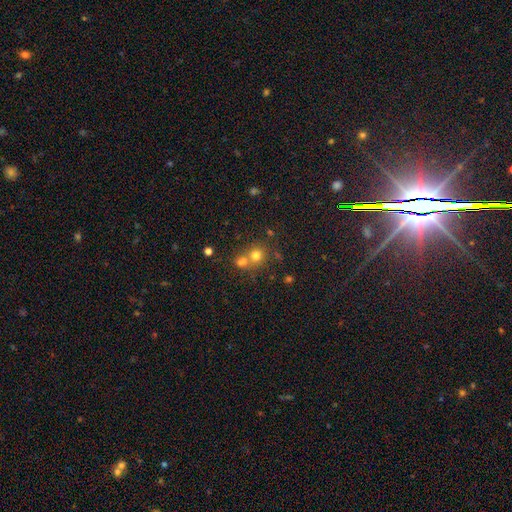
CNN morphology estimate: Q: Smooth or featured?
A: smooth (71%); runner-up: star or artifact (18%)
Q: How rounded?
A: round (85%); runner-up: in between (14%)
Q: Merging?
A: none (50%); runner-up: merger (41%)